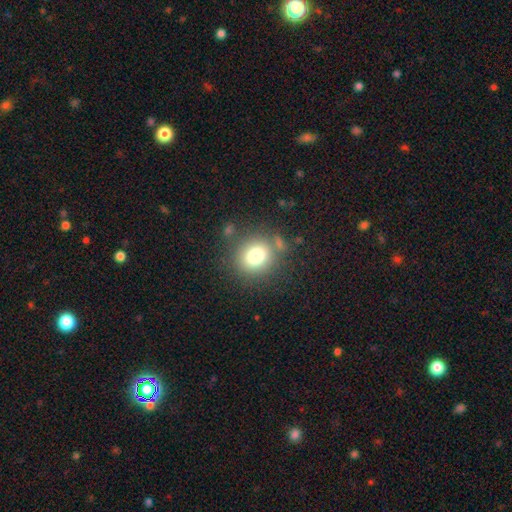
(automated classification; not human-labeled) This is likely a smooth galaxy (78%). How rounded: likely round (79%). Merging: likely none (76%).